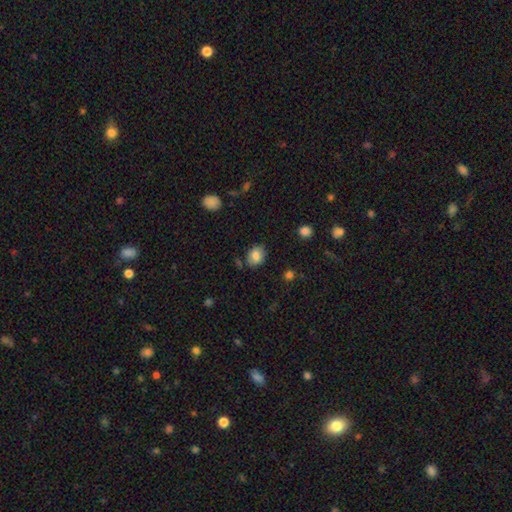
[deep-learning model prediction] smooth-or-featured: smooth: 81% | featured or disk: 10% | star or artifact: 9%
  how-rounded: in between: 51% | round: 48% | cigar-shaped: 1%
  merging: none: 78% | minor disturbance: 15% | merger: 4% | major disturbance: 3%